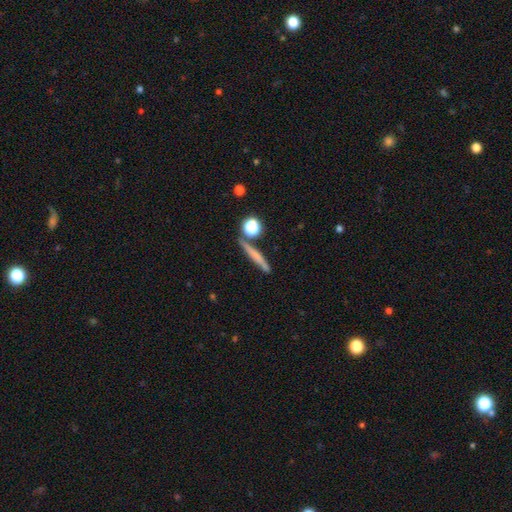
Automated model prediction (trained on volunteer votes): Smooth or featured: smooth — 58% (featured or disk — 32%)
How rounded: cigar-shaped — 83% (round — 9%)
Merging: none — 75% (minor disturbance — 12%)